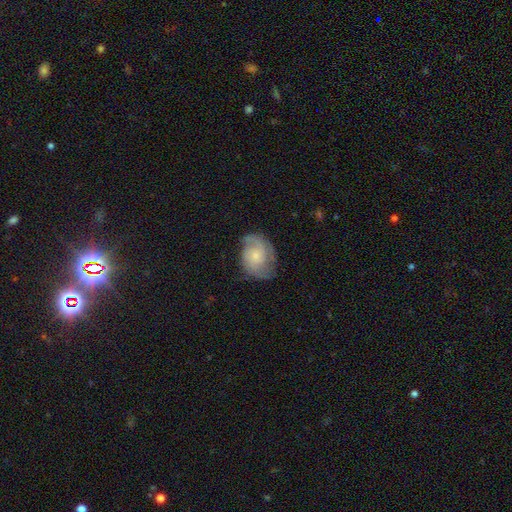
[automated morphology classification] smooth-or-featured: featured or disk: 65% | smooth: 28% | star or artifact: 6%
  disk-edge-on: no: 97% | yes: 3%
    bar: no: 75% | weak: 22% | strong: 3%
    has-spiral-arms: yes: 90% | no: 10%
      spiral-winding: medium: 42% | tight: 39% | loose: 19%
      spiral-arm-count: 2: 61% | can't tell: 20% | 3: 8% | 1: 6% | 4: 3% | more than 4: 2%
    bulge-size: small: 61% | moderate: 29% | none: 6% | large: 3% | dominant: 1%
  merging: none: 62% | minor disturbance: 25% | major disturbance: 11% | merger: 1%